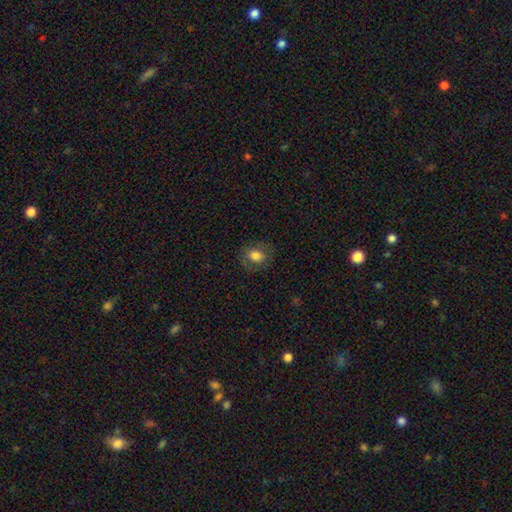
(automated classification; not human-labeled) Overall: smooth (76%). How rounded: round (57%; in between 42%). Merging: none (82%).